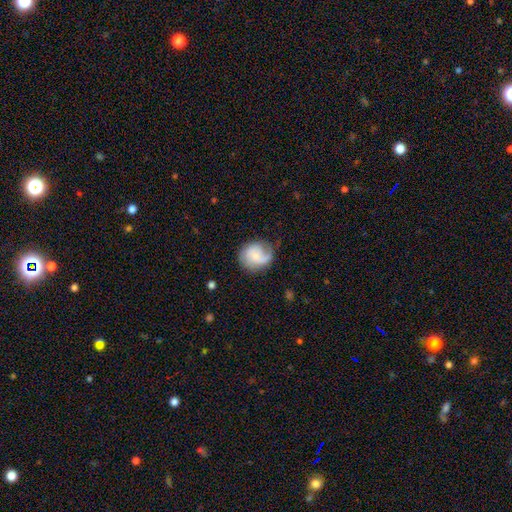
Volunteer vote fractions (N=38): Smooth or featured?
  - featured or disk: 61% *
  - smooth: 37%
  - star or artifact: 3%
Edge-on disk?
  - no: 100% *
  - yes: 0%
Bar?
  - no: 74% *
  - weak: 17%
  - strong: 9%
Spiral arms?
  - yes: 91% *
  - no: 9%
Spiral winding?
  - tight: 48% *
  - medium: 43%
  - loose: 10%
Spiral arm count?
  - 1: 38% *
  - can't tell: 33%
  - 2: 24%
  - 3: 5%
  - 4: 0%
  - more than 4: 0%
Bulge size?
  - moderate: 48% *
  - small: 35%
  - none: 17%
  - dominant: 0%
  - large: 0%
Merging?
  - none: 49% *
  - minor disturbance: 41%
  - major disturbance: 11%
  - merger: 0%